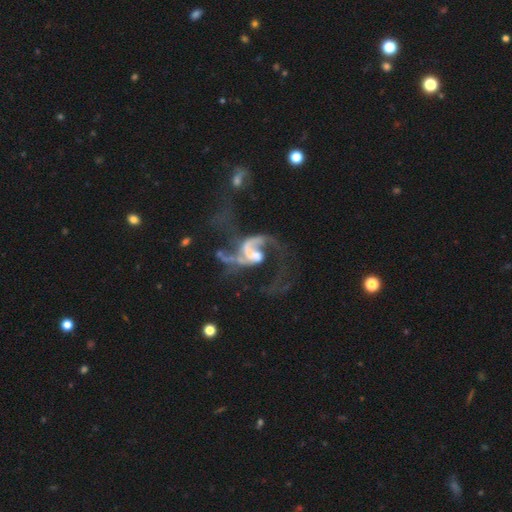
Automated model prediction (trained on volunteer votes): Overall: featured or disk (85%). Edge-on disk: no (98%). Bar: no (40%; weak 39%). Spiral arms: yes (89%). Spiral arm count: 2 (64%). Spiral winding: loose (68%). Bulge size: moderate (34%; small 31%). Merging: major disturbance (42%; merger 24%).